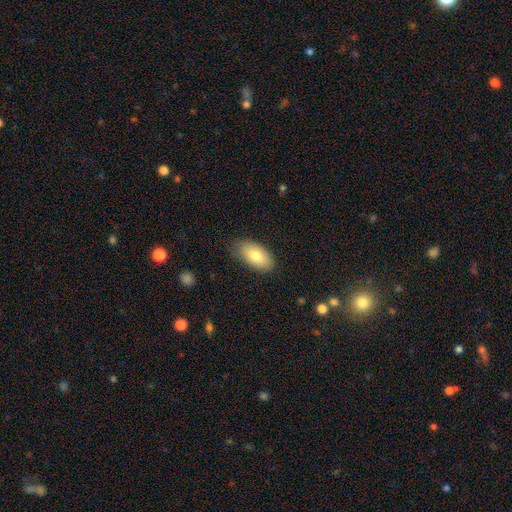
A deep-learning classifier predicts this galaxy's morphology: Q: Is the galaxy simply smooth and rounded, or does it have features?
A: smooth — 78%.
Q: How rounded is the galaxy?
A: in between — 94%.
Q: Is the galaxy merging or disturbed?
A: none — 77%.